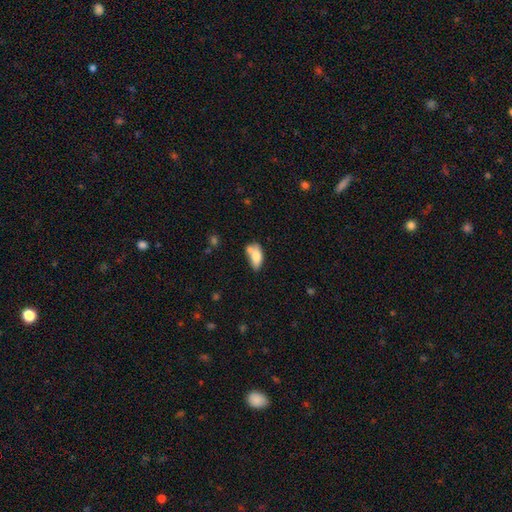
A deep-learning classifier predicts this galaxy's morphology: smooth_or_featured: smooth (p=0.73) [alt: featured or disk p=0.19]
how_rounded: in between (p=0.86) [alt: cigar-shaped p=0.10]
merging: none (p=0.40) [alt: merger p=0.33]